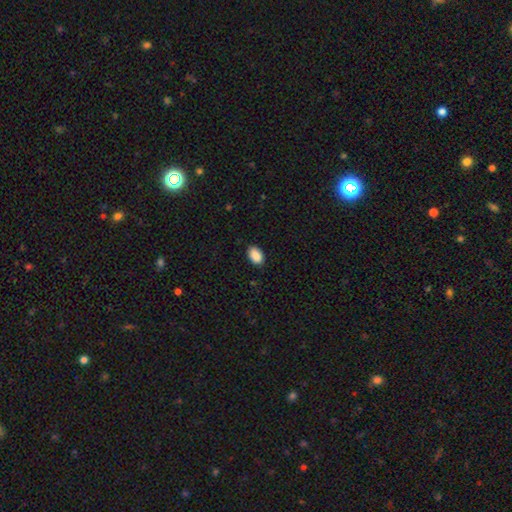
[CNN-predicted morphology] smooth-or-featured: smooth: 90% | star or artifact: 7% | featured or disk: 3%
  how-rounded: in between: 89% | round: 10% | cigar-shaped: 1%
  merging: none: 85% | minor disturbance: 12% | major disturbance: 2% | merger: 1%